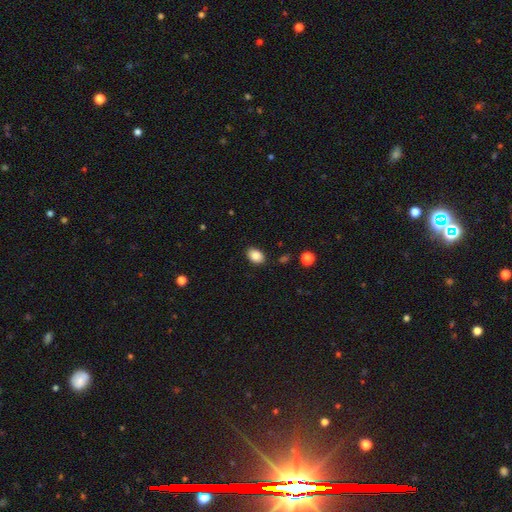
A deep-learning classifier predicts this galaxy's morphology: Smooth or featured? Predicted: smooth (p=0.87). How rounded? Predicted: in between (p=0.80). Merging? Predicted: none (p=0.86).